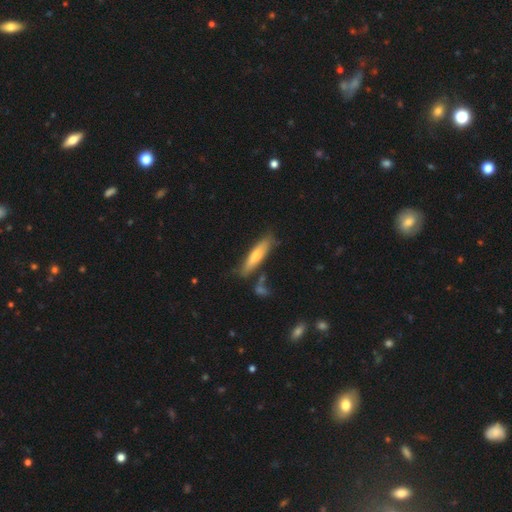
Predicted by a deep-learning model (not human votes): smooth 57%, featured or disk 37%, star or artifact 6%. Down the decision tree: how rounded — cigar-shaped (81%); merging — none (75%).